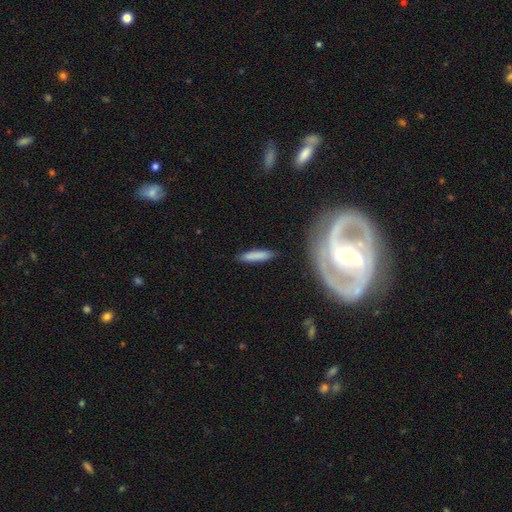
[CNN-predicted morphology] type=smooth (81%); roundness=cigar-shaped (83%); merging=none (86%).